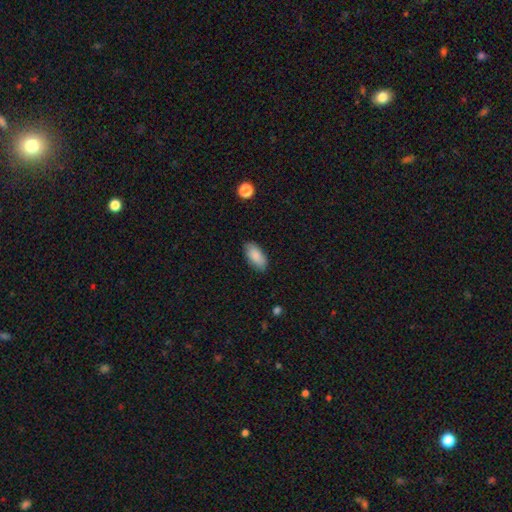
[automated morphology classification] smooth-or-featured: smooth: 88% | star or artifact: 6% | featured or disk: 6%
  how-rounded: in between: 91% | cigar-shaped: 7% | round: 2%
  merging: none: 86% | minor disturbance: 11% | major disturbance: 2% | merger: 1%